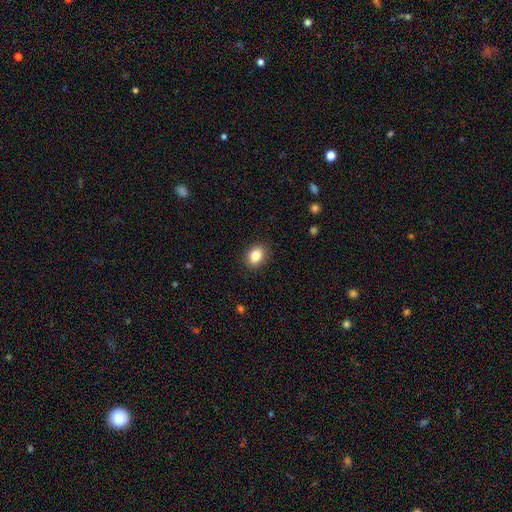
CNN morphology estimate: A smooth galaxy with no disk features (85%) that is in between round and cigar-shaped (64%).

Vote fractions:
- Smooth or featured? smooth: 85% / star or artifact: 9% / featured or disk: 6%
- How rounded? in between: 64% / round: 35% / cigar-shaped: 1%
- Merging? none: 89% / minor disturbance: 8% / major disturbance: 2% / merger: 1%